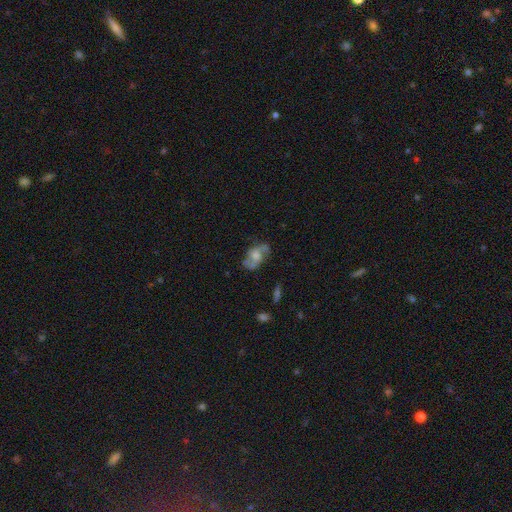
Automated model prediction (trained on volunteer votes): This appears to be a featured or disk galaxy (69%) with no bar (63%), 2 (84%) loose (47%) spiral arms (85%) and a moderate central bulge (40%). Merging: none (65%).